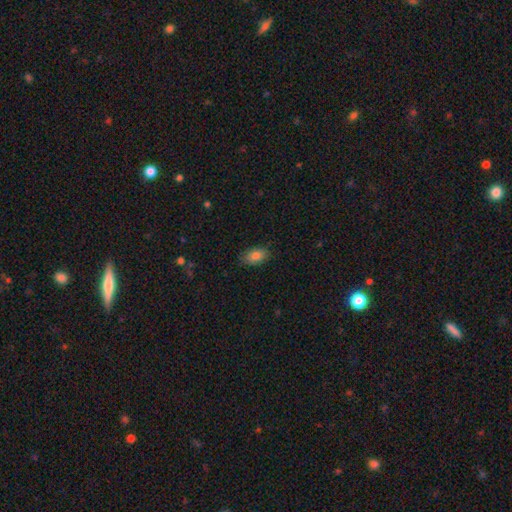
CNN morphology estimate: The model was most divided on "merging": none: 84%, minor disturbance: 12%, major disturbance: 3%, merger: 1%. More confident: how rounded — in between (92%); smooth or featured — smooth (86%).